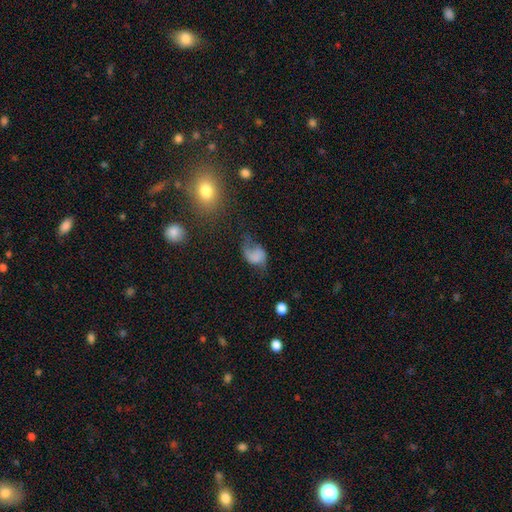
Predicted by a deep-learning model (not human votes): Smooth or featured?
  - featured or disk: 44% * (tied)
  - smooth: 44% * (tied)
  - star or artifact: 12%
Merging?
  - major disturbance: 36% *
  - none: 32%
  - minor disturbance: 26%
  - merger: 6%